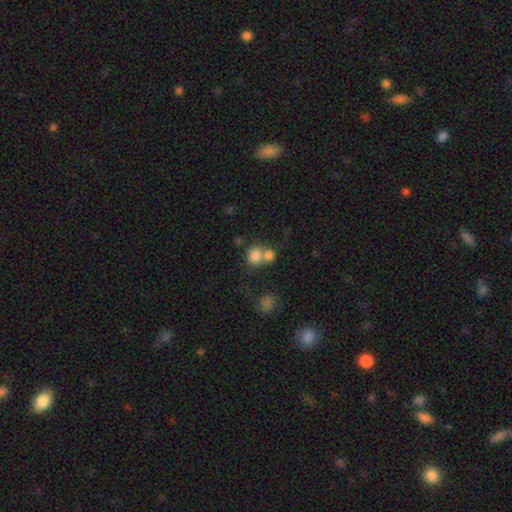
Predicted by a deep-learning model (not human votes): Morphology: type=smooth (79%); roundness=round (80%); merging=merger (49%).